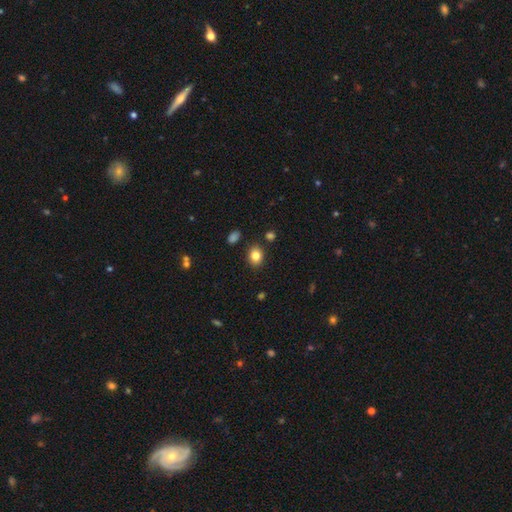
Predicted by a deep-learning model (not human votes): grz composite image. It shows a smooth galaxy with no disk features (83%) that is in between round and cigar-shaped (53%). Merging: none (85%).